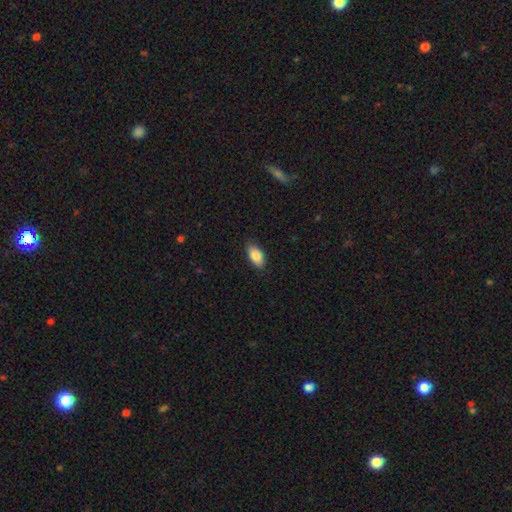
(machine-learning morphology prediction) This is clearly a smooth galaxy (87%). How rounded: clearly in between (93%). Merging: clearly none (86%).